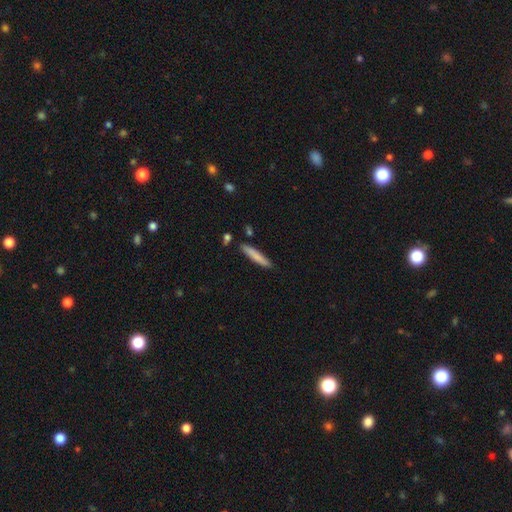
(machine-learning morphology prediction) Smooth or featured?
  - smooth: 79% *
  - featured or disk: 15%
  - star or artifact: 6%
How rounded?
  - cigar-shaped: 92% *
  - in between: 7%
  - round: 1%
Merging?
  - none: 86% *
  - minor disturbance: 9%
  - merger: 3%
  - major disturbance: 2%